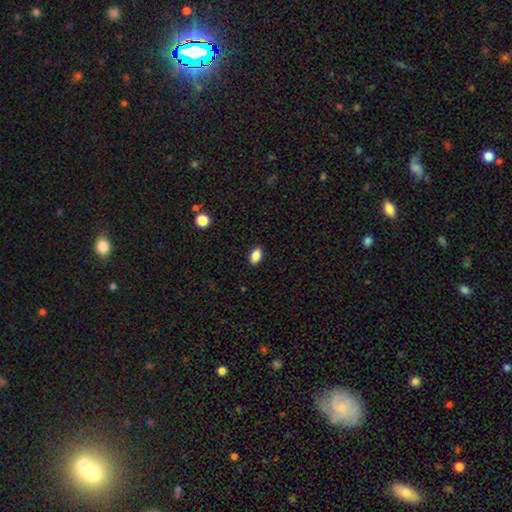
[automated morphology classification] The model was most divided on "smooth or featured": smooth: 87%, star or artifact: 9%, featured or disk: 5%. More confident: how rounded — in between (90%); merging — none (89%).